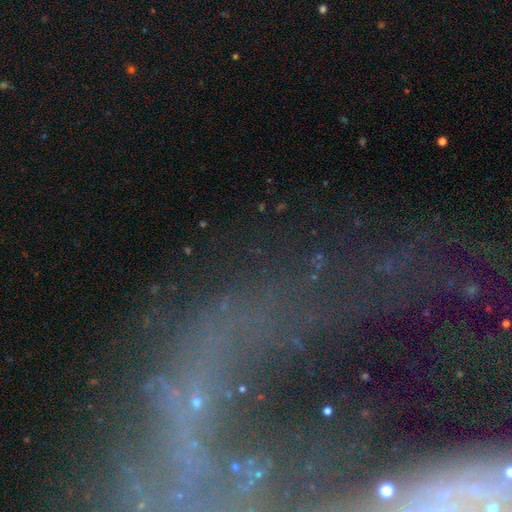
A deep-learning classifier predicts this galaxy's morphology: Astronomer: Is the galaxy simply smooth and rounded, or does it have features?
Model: featured or disk — 51% (runner-up: star or artifact, 32%).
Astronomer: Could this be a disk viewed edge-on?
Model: no — 81%.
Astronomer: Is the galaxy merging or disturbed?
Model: none — 48%.